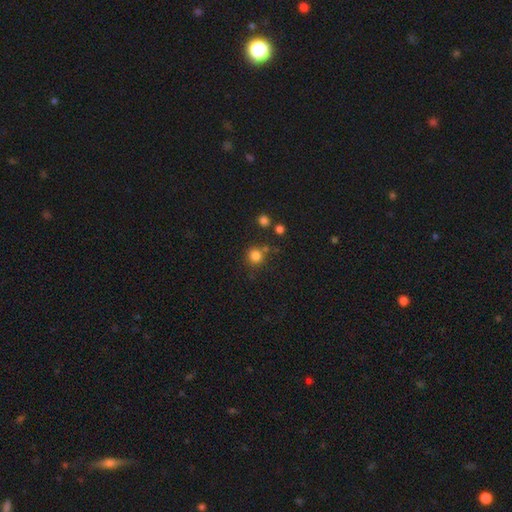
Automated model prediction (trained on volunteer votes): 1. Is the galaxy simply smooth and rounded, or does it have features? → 82% smooth, 13% star or artifact, 5% featured or disk.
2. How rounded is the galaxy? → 91% round, 8% in between, 1% cigar-shaped.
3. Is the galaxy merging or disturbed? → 74% none, 11% minor disturbance, 11% merger, 4% major disturbance.